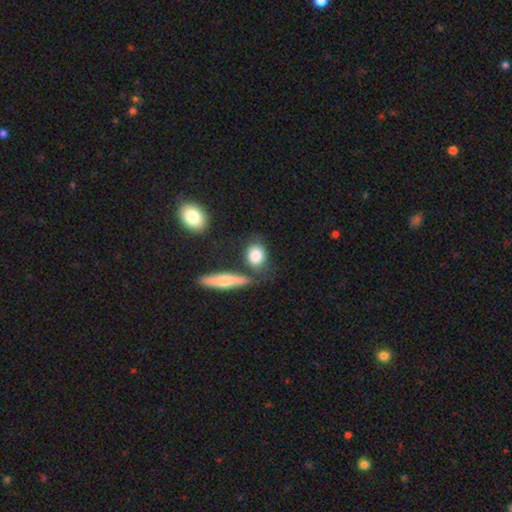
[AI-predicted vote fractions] This appears to be a smooth galaxy with no disk features (82%) that is in between round and cigar-shaped (54%). Merging: none (63%).